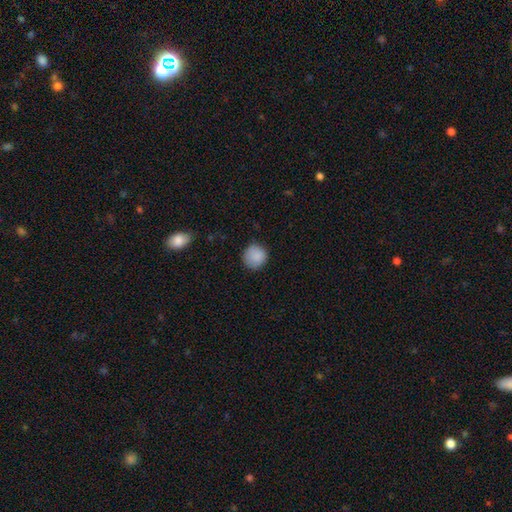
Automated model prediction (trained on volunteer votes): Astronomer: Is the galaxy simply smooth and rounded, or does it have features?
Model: smooth — 87%.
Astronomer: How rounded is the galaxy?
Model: round — 92%.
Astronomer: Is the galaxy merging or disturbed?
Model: none — 81%.